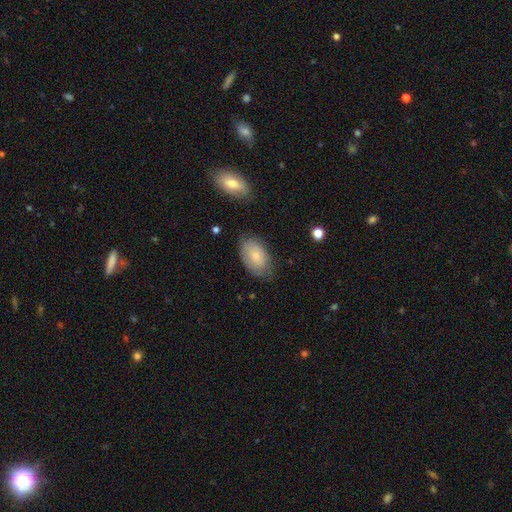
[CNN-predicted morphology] A smooth galaxy with no disk features (72%) that is in between round and cigar-shaped (92%). Merging: none (72%).